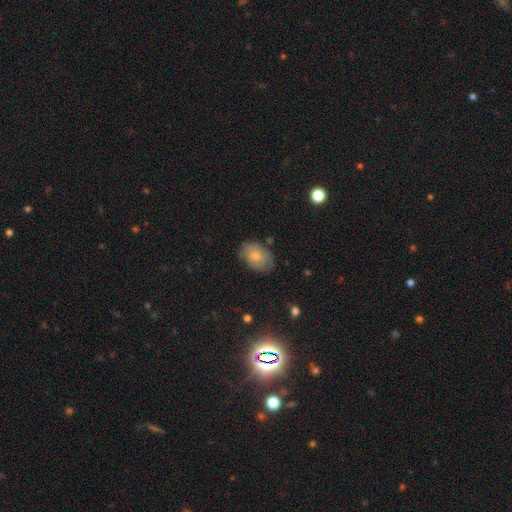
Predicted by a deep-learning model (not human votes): Smooth or featured? Predicted: smooth (p=0.72). How rounded? Predicted: in between (p=0.81). Merging? Predicted: none (p=0.66).